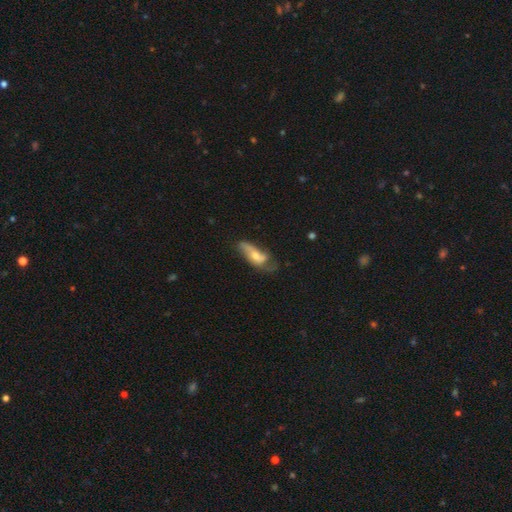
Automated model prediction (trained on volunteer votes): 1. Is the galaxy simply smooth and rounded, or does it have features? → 55% featured or disk, 37% smooth, 8% star or artifact.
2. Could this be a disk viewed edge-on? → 80% no, 20% yes.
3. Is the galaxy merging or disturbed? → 38% none, 31% minor disturbance, 25% major disturbance, 6% merger.